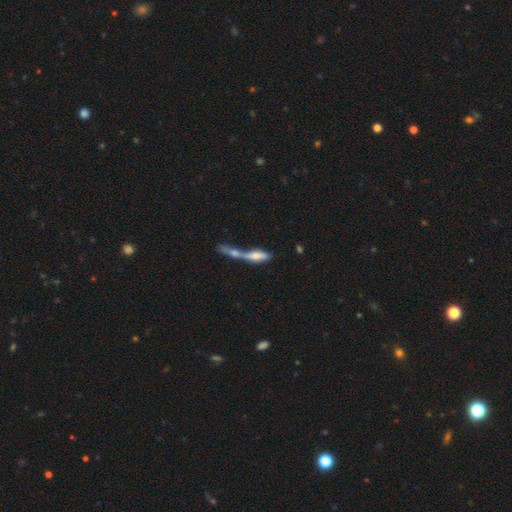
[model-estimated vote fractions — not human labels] This is possibly a smooth galaxy (56%). How rounded: possibly cigar-shaped (53%). Merging: likely merger (76%).